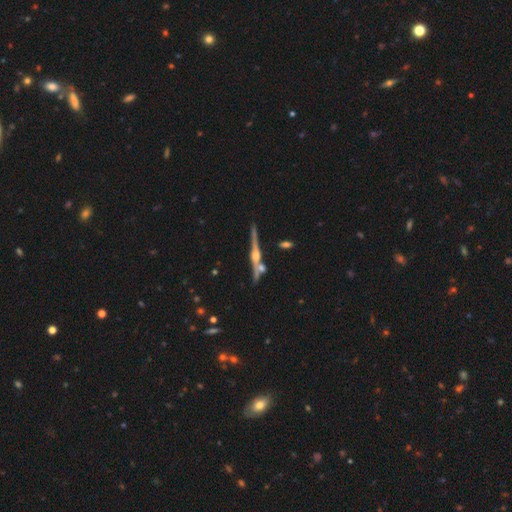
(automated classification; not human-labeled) smooth-or-featured: featured or disk: 84% | smooth: 9% | star or artifact: 7%
  disk-edge-on: yes: 98% | no: 2%
    edge-on-bulge: rounded: 90% | boxy: 6% | none: 4%
  merging: none: 76% | merger: 11% | minor disturbance: 11% | major disturbance: 3%